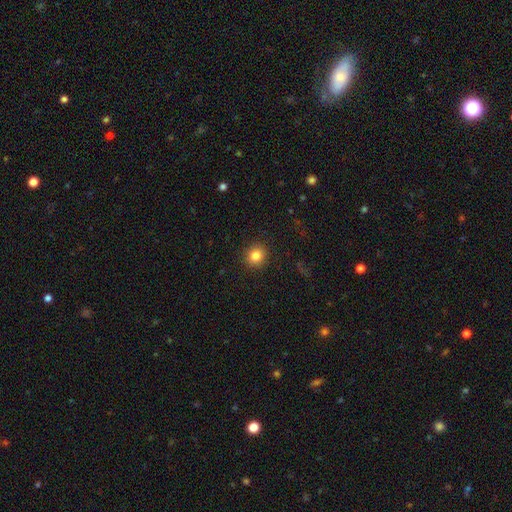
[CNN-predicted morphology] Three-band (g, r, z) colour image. It shows a smooth galaxy with no disk features (83%) that is round (87%). Merging: none (91%).